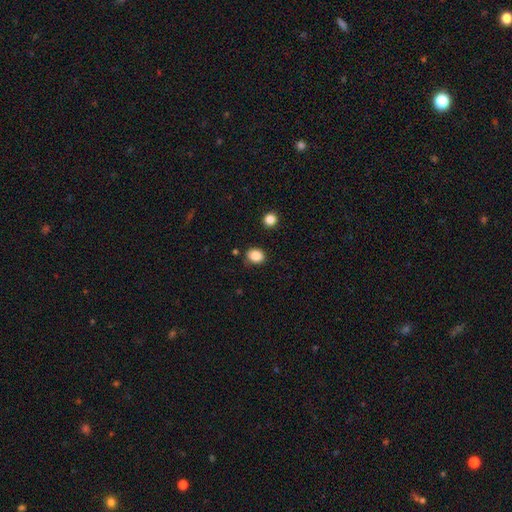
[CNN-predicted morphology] This appears to be a smooth galaxy with no disk features (87%) that is in between round and cigar-shaped (50%). Merging: none (81%).